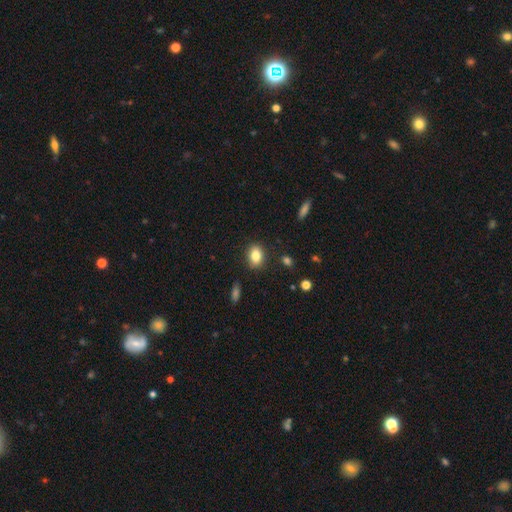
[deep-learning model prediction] Morphology: type=smooth (84%); roundness=in between (70%); merging=none (86%).